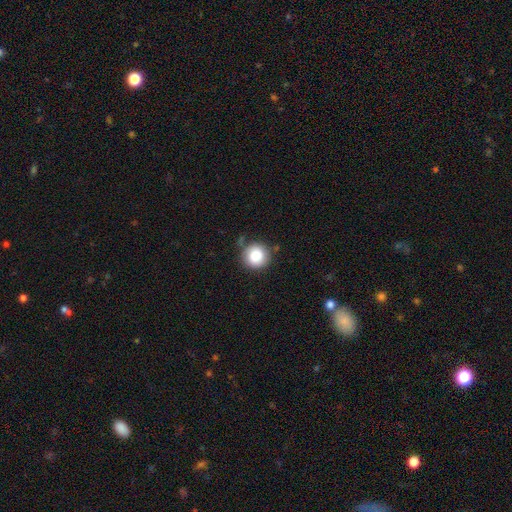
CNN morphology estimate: This is clearly a smooth galaxy (85%). How rounded: clearly round (94%). Merging: likely none (77%).